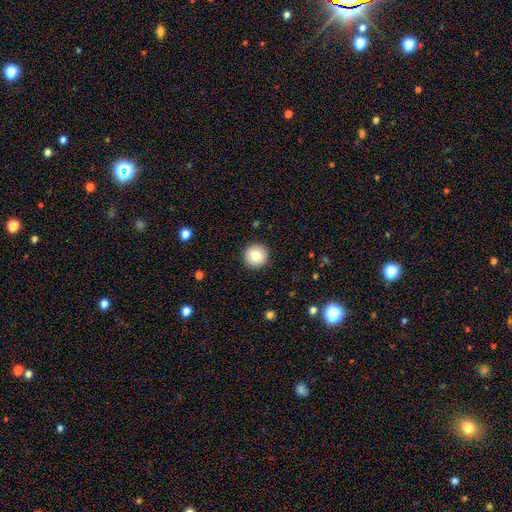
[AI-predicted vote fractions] This appears to be a smooth galaxy with no disk features (81%) that is round (95%). Merging: none (92%).